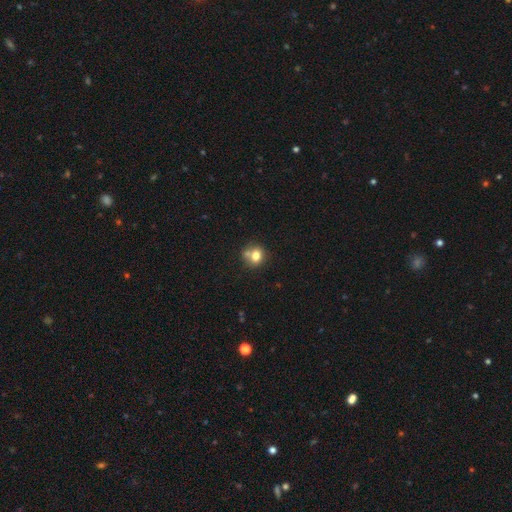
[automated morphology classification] A smooth galaxy with no disk features (76%) that is round (75%). Merging: none (55%).